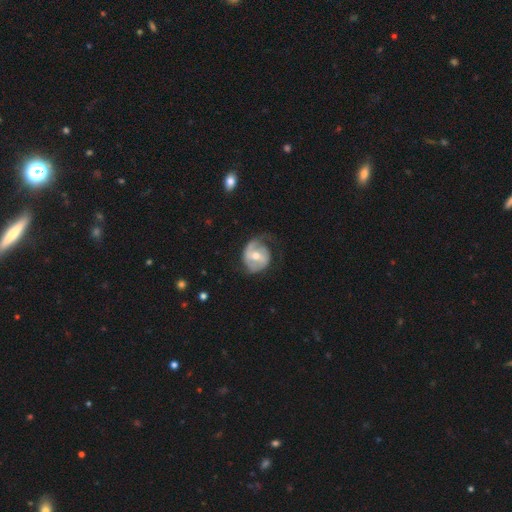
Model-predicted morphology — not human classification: A featured or disk galaxy (69%) with a weak bar (46%), 2 (61%) medium (40%) spiral arms (80%) and a moderate central bulge (66%).

Vote fractions:
- Smooth or featured? featured or disk: 69% / smooth: 26% / star or artifact: 5%
- Edge-on disk? no: 97% / yes: 3%
- Bar? weak: 46% / no: 30% / strong: 23%
- Spiral arms? yes: 80% / no: 20%
- Spiral winding? medium: 40% / tight: 31% / loose: 28%
- Spiral arm count? 2: 61% / 1: 20% / can't tell: 14% / 3: 2% / 4: 1% / more than 4: 1%
- Bulge size? moderate: 66% / small: 29% / large: 3% / none: 1% / dominant: 1%
- Merging? none: 51% / minor disturbance: 27% / major disturbance: 21% / merger: 2%